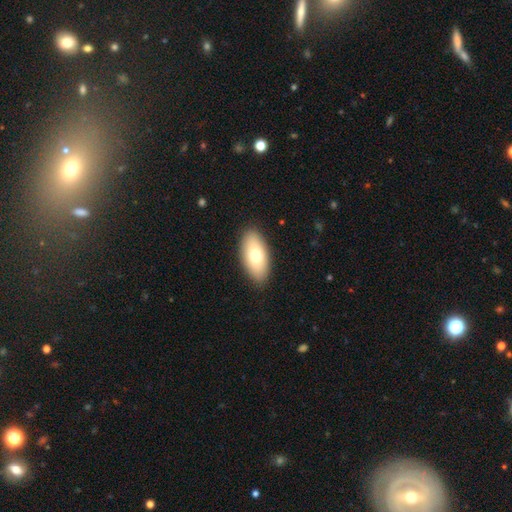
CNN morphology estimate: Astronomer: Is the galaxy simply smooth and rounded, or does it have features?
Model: smooth — 73%.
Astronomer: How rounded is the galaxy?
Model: in between — 91%.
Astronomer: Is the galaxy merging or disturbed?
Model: none — 88%.